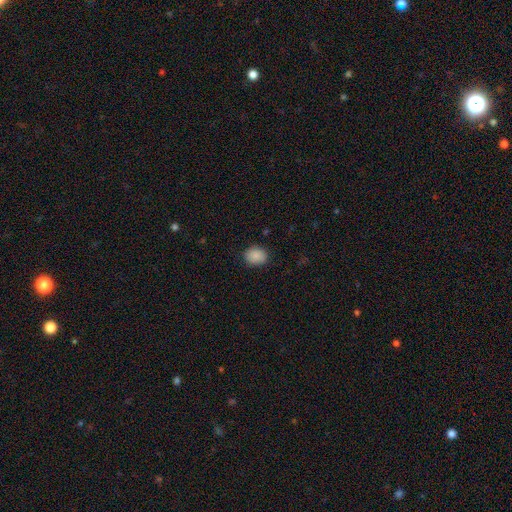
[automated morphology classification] A smooth galaxy with no disk features (88%) that is round (51%).

Vote fractions:
- Smooth or featured? smooth: 88% / star or artifact: 8% / featured or disk: 4%
- How rounded? round: 51% / in between: 48% / cigar-shaped: 1%
- Merging? none: 86% / minor disturbance: 11% / major disturbance: 2% / merger: 1%